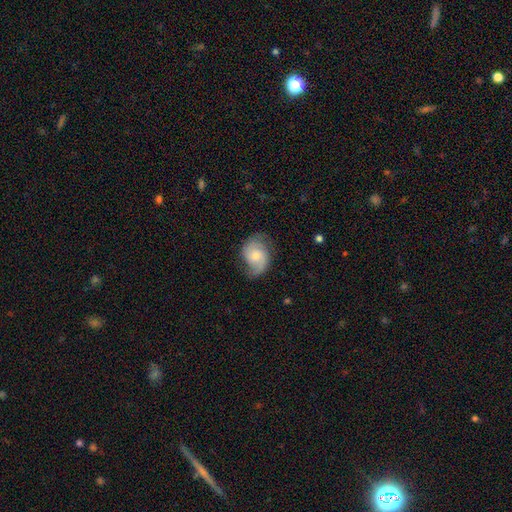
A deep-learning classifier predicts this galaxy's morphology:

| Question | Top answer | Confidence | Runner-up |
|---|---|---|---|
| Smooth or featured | featured or disk | 69% | smooth (24%) |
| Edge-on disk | no | 97% | yes (3%) |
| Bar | no | 66% | weak (30%) |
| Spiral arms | yes | 93% | no (7%) |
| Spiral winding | medium | 44% | loose (32%) |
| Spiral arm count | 2 | 78% | 1 (10%) |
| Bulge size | moderate | 52% | small (39%) |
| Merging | none | 64% | minor disturbance (24%) |